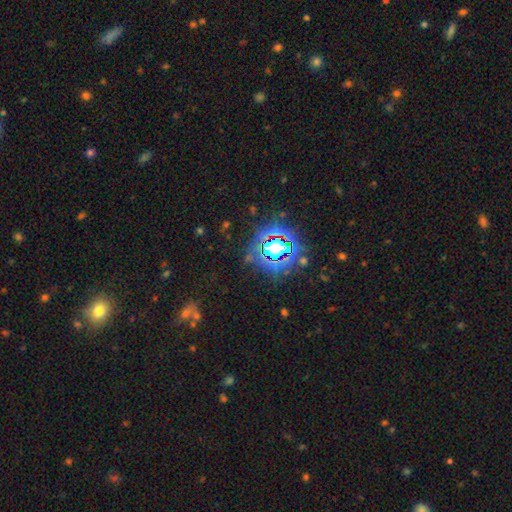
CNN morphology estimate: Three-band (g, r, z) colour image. It shows a star or artifact, not a galaxy (80%).